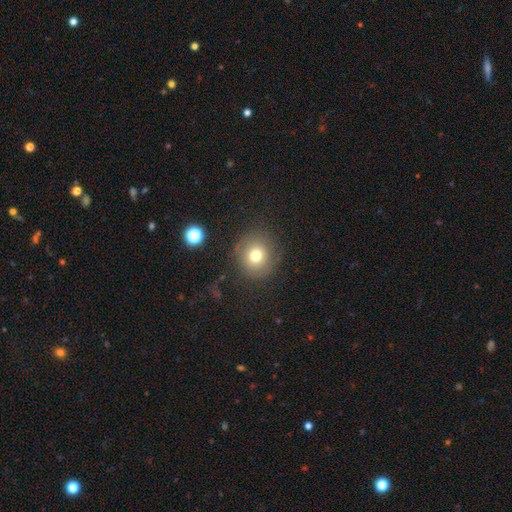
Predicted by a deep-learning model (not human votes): Smooth or featured? smooth (72%)
How rounded? round (88%)
Merging? none (81%)